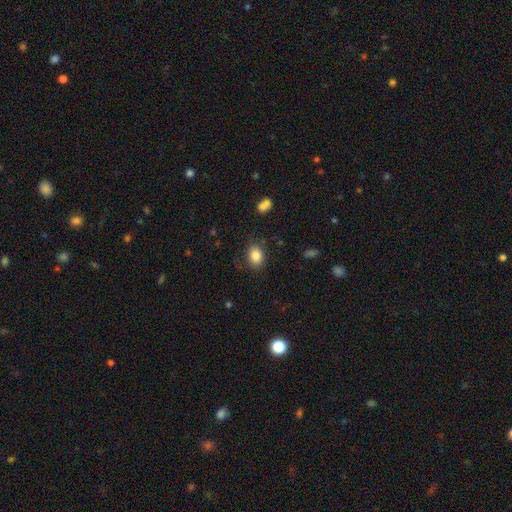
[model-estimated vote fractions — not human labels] A smooth galaxy with no disk features (84%) that is in between round and cigar-shaped (68%). Merging: none (81%).